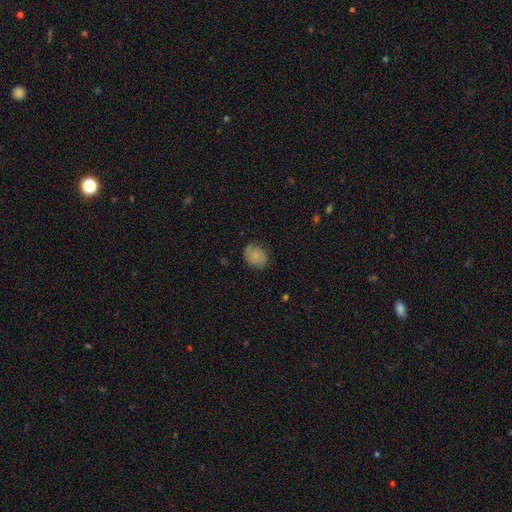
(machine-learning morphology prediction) Smooth or featured? Predicted: smooth (p=0.76). How rounded? Predicted: round (p=0.51). Merging? Predicted: none (p=0.77).